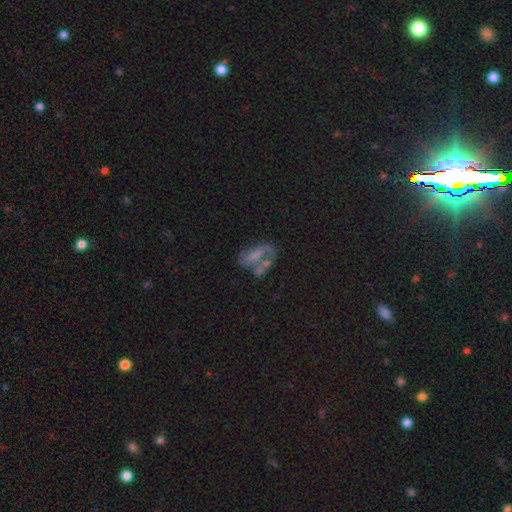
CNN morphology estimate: smooth-or-featured: featured or disk: 60% | smooth: 28% | star or artifact: 12%
  disk-edge-on: no: 97% | yes: 3%
    bar: no: 49% | weak: 36% | strong: 15%
    has-spiral-arms: yes: 67% | no: 33%
    bulge-size: none: 36% | small: 29% | moderate: 26% | large: 7% | dominant: 2%
  merging: none: 34% | merger: 28% | major disturbance: 20% | minor disturbance: 18%